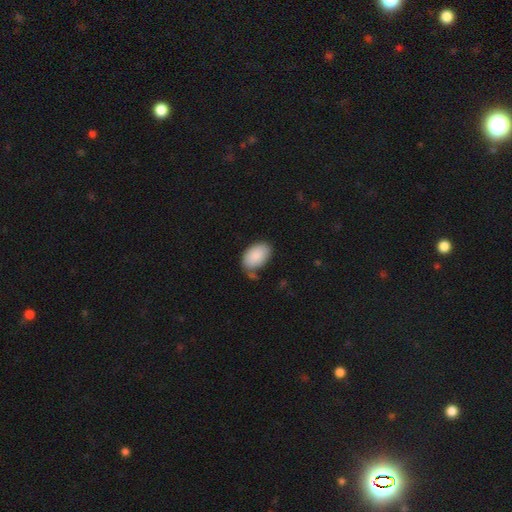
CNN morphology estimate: A smooth galaxy with no disk features (89%) that is in between round and cigar-shaped (92%). Merging: none (66%).